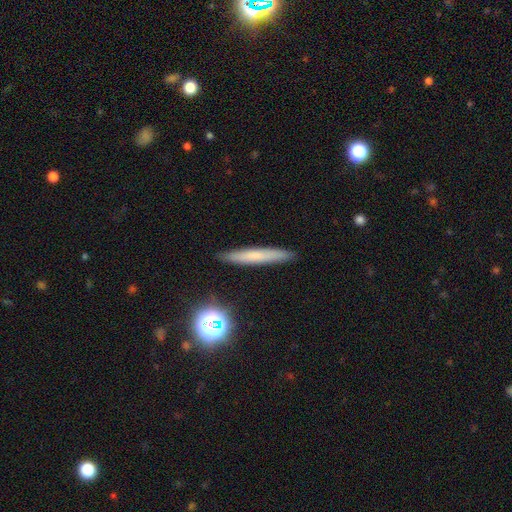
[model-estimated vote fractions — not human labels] Smooth or featured? smooth (61%)
How rounded? cigar-shaped (94%)
Merging? none (90%)